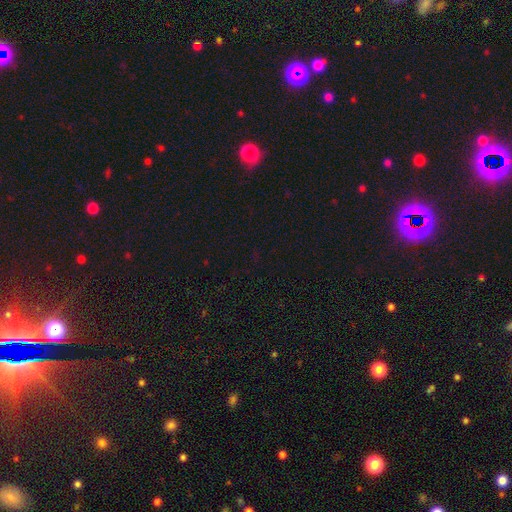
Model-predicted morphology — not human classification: type=star or artifact (74%).